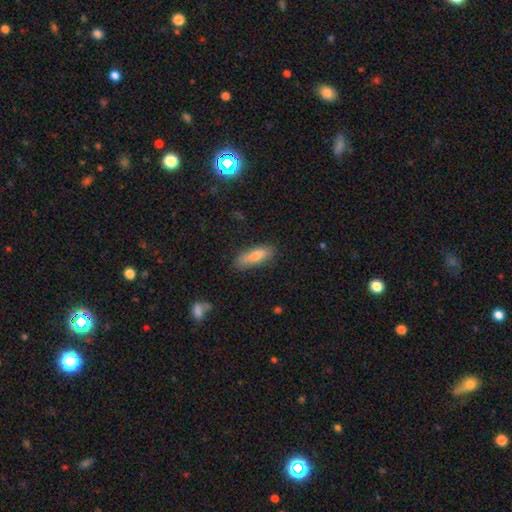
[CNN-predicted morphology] This is likely a smooth galaxy (76%). How rounded: possibly cigar-shaped (50%). Merging: likely none (75%).